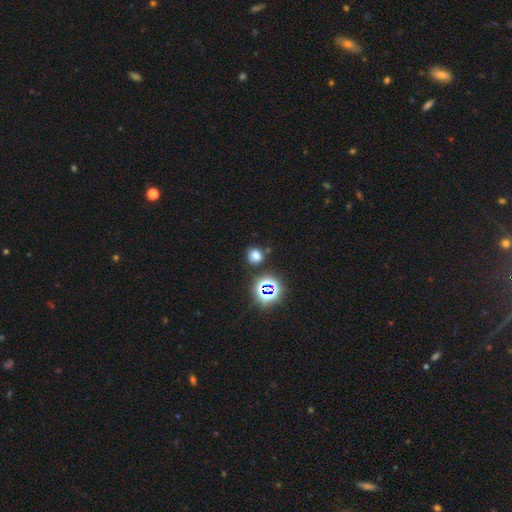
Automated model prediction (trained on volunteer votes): This is likely a smooth galaxy (68%). How rounded: likely round (78%). Merging: likely none (79%).